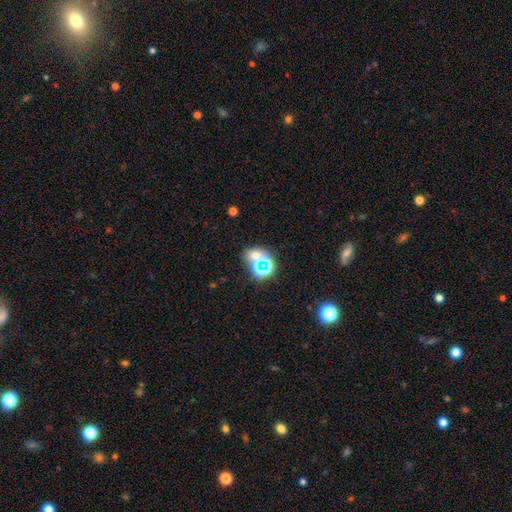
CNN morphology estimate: type=smooth (45%); merging=none (53%).